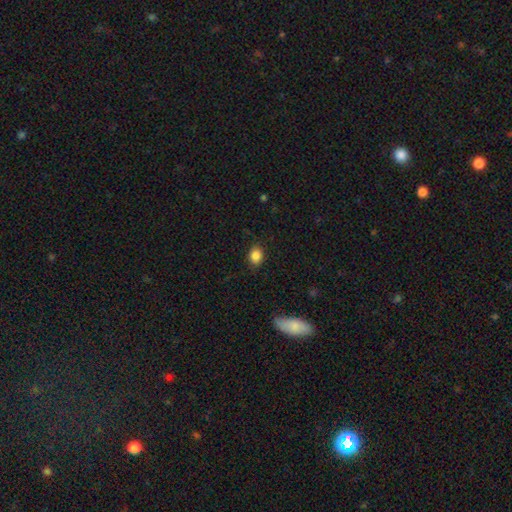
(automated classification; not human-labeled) This is clearly a smooth galaxy (86%). How rounded: possibly in between (51%). Merging: clearly none (85%).